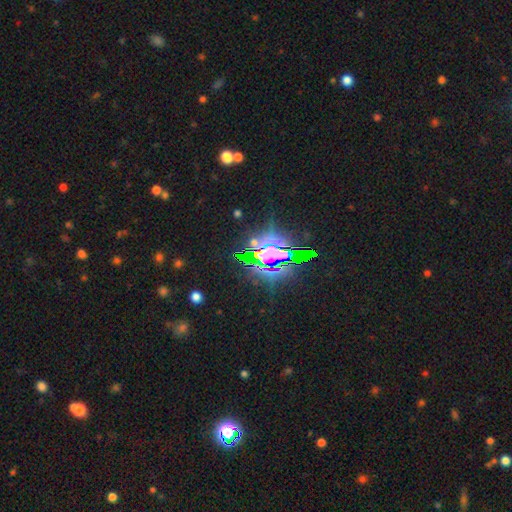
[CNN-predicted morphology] smooth_or_featured: star or artifact (p=0.79) [alt: smooth p=0.10]